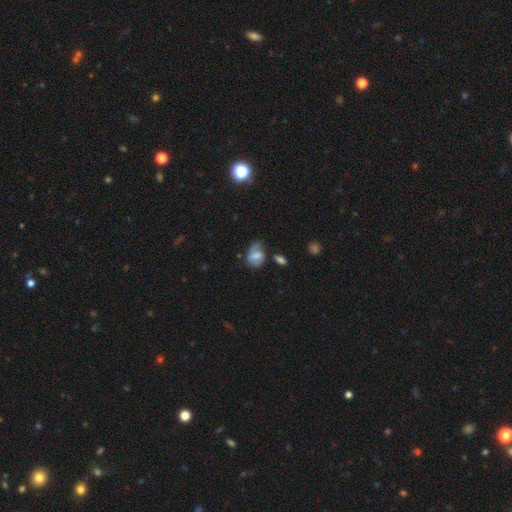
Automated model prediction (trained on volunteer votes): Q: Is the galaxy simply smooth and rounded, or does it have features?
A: smooth — 56%.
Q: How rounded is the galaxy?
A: in between — 73%.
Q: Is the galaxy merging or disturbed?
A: none — 41%.